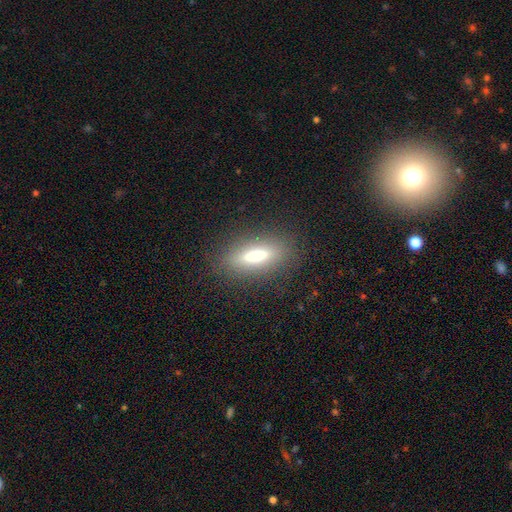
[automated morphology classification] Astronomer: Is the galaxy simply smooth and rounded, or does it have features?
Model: smooth — 67%.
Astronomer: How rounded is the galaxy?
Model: cigar-shaped — 49%, tied with in between at 49%.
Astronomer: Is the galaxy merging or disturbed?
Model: none — 86%.